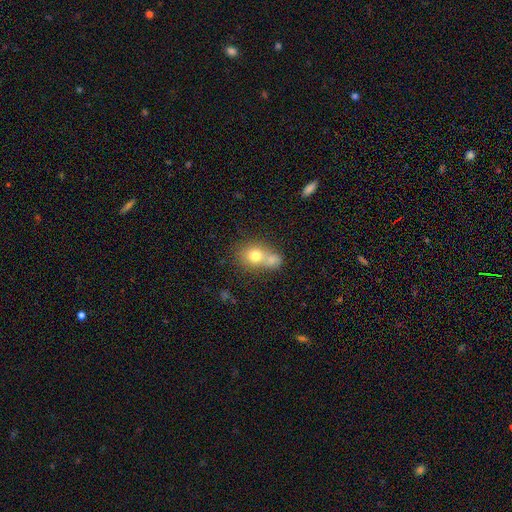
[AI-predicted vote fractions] Smooth or featured? Predicted: smooth (p=0.73). How rounded? Predicted: round (p=0.65). Merging? Predicted: merger (p=0.53).